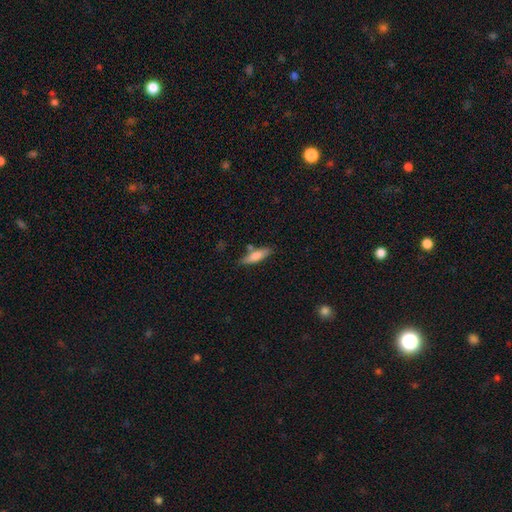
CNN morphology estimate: This appears to be a smooth galaxy with no disk features (74%) that is cigar-shaped (60%). Merging: none (71%).